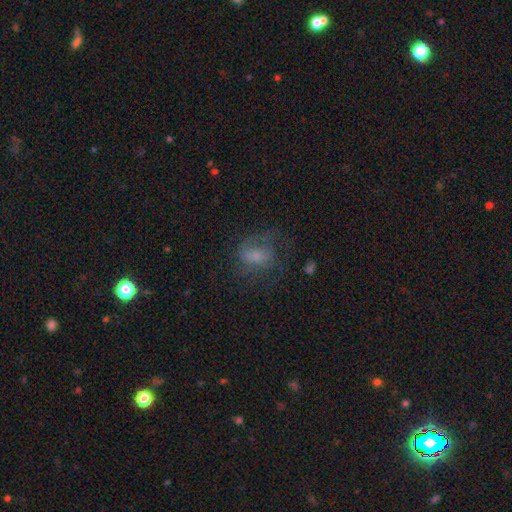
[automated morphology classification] This appears to be a featured or disk galaxy (46%). Merging: none (46%).